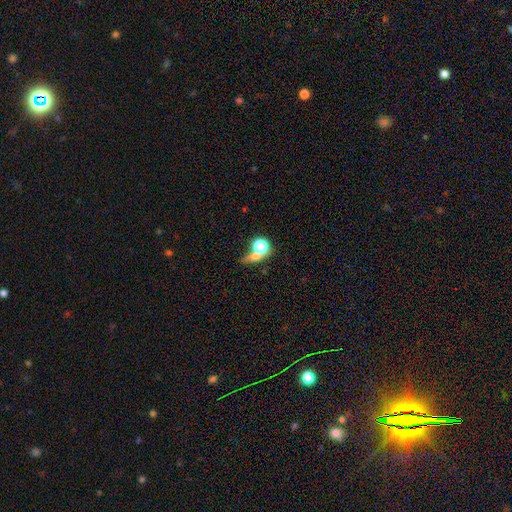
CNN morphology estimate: This appears to be a smooth galaxy with no disk features (63%) that is round (60%). Merging: merger (42%).